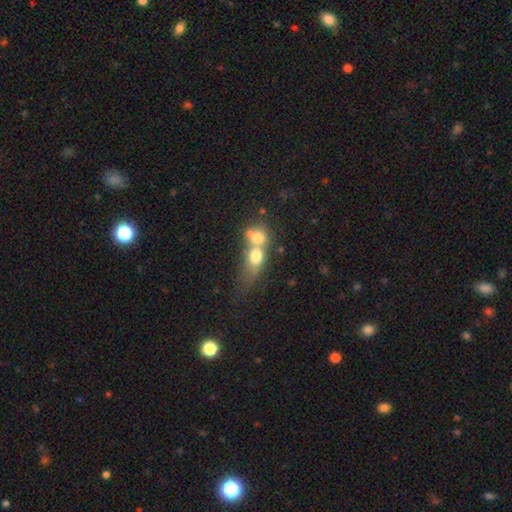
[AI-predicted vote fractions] smooth-or-featured: smooth: 66% | featured or disk: 24% | star or artifact: 10%
  how-rounded: in between: 52% | round: 41% | cigar-shaped: 7%
  merging: merger: 75% | none: 13% | major disturbance: 6% | minor disturbance: 6%